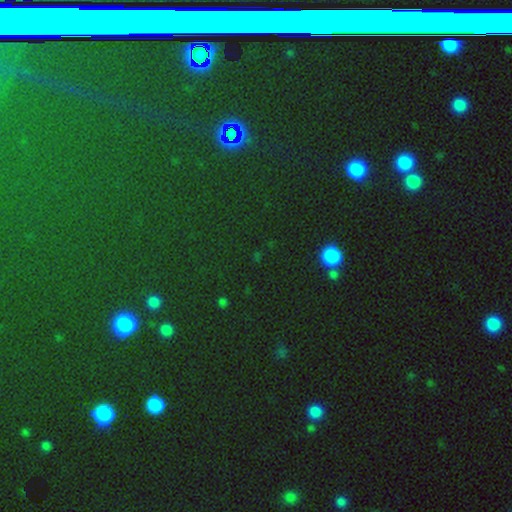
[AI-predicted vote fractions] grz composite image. It shows a star or artifact, not a galaxy (66%).